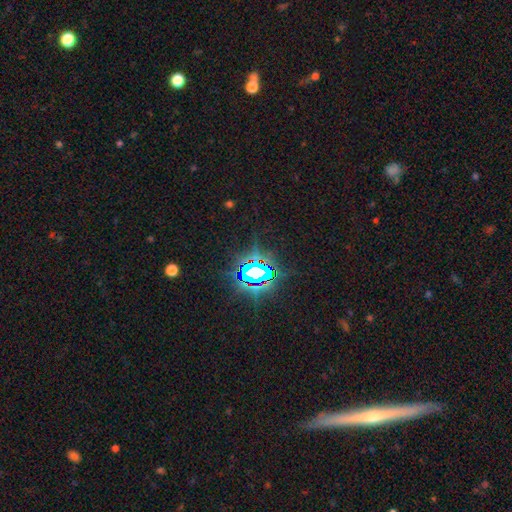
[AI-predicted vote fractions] smooth-or-featured: star or artifact: 79% | smooth: 12% | featured or disk: 9%